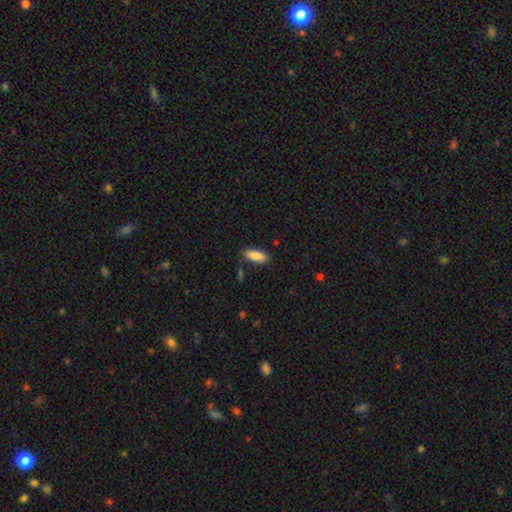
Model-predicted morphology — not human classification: This is clearly a smooth galaxy (88%). How rounded: likely in between (77%). Merging: clearly none (84%).